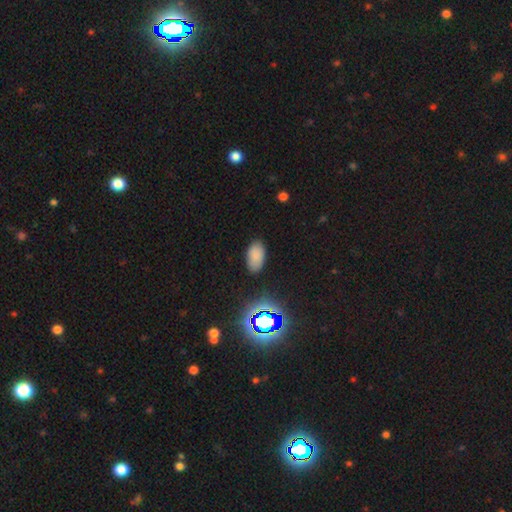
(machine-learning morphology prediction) This is likely a smooth galaxy (79%). How rounded: clearly in between (94%). Merging: clearly none (85%).